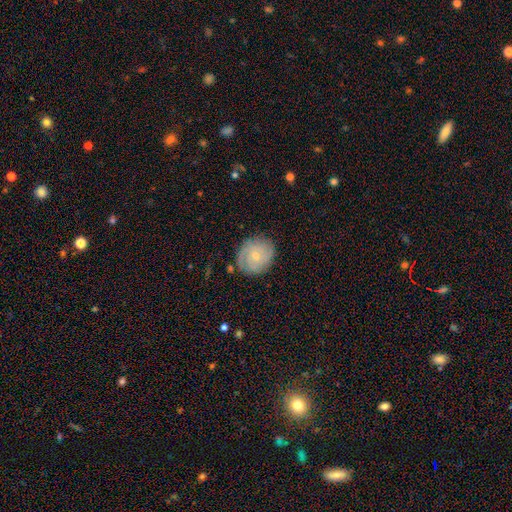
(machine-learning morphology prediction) Smooth or featured?
  - featured or disk: 59% *
  - smooth: 34%
  - star or artifact: 7%
Edge-on disk?
  - no: 97% *
  - yes: 3%
Bar?
  - no: 69% *
  - weak: 28%
  - strong: 4%
Spiral arms?
  - yes: 86% *
  - no: 14%
Bulge size?
  - small: 66% *
  - moderate: 30%
  - none: 2%
  - large: 1%
  - dominant: 1%
Merging?
  - none: 79% *
  - minor disturbance: 15%
  - major disturbance: 4%
  - merger: 2%